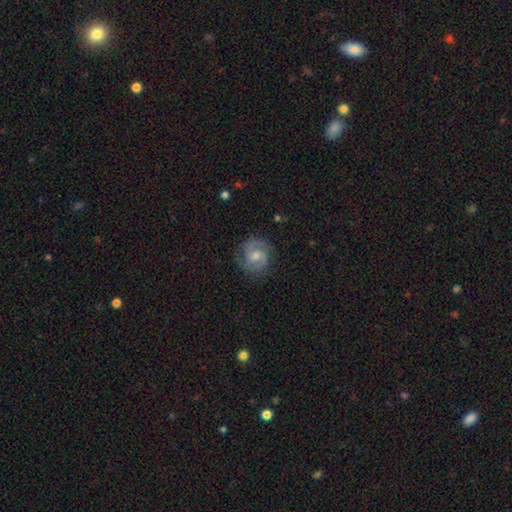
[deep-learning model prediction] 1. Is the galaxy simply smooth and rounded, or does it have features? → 84% featured or disk, 10% smooth, 6% star or artifact.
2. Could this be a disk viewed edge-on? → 98% no, 2% yes.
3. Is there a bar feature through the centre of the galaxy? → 48% weak, 43% no, 10% strong.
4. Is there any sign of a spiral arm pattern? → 97% yes, 3% no.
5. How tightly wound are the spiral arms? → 48% medium, 43% tight, 10% loose.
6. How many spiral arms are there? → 79% 2, 9% 3, 6% can't tell, 2% 1, 2% 4, 2% more than 4.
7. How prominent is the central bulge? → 47% moderate, 46% small, 3% none, 2% large, 1% dominant.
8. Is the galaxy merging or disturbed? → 81% none, 13% minor disturbance, 4% major disturbance, 1% merger.